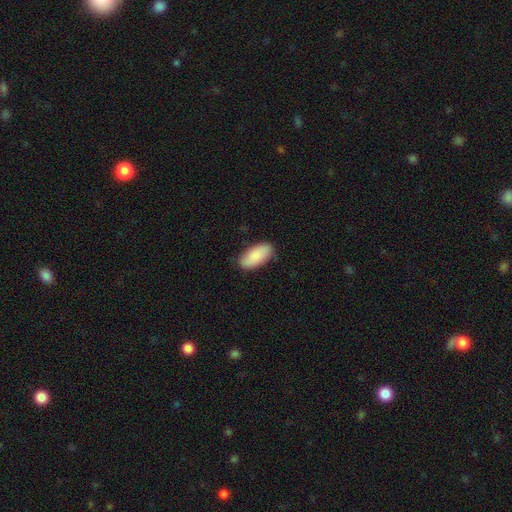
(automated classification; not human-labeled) A smooth galaxy with no disk features (87%) that is in between round and cigar-shaped (92%). Merging: none (80%).